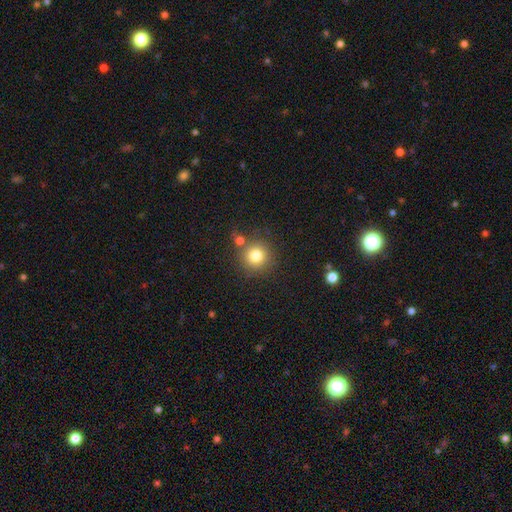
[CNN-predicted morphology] Smooth or featured?
  - smooth: 80% *
  - star or artifact: 12%
  - featured or disk: 8%
How rounded?
  - round: 93% *
  - in between: 6%
  - cigar-shaped: 1%
Merging?
  - none: 76% *
  - merger: 12%
  - minor disturbance: 9%
  - major disturbance: 3%